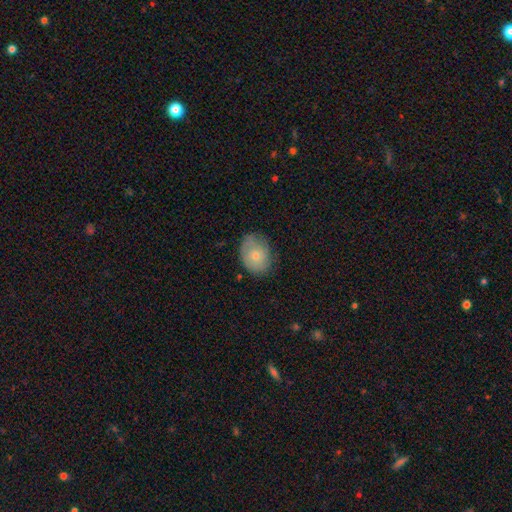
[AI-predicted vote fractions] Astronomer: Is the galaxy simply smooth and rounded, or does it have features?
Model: smooth — 66%.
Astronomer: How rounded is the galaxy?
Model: in between — 59% (runner-up: round, 40%).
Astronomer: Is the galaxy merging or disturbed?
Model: none — 69%.